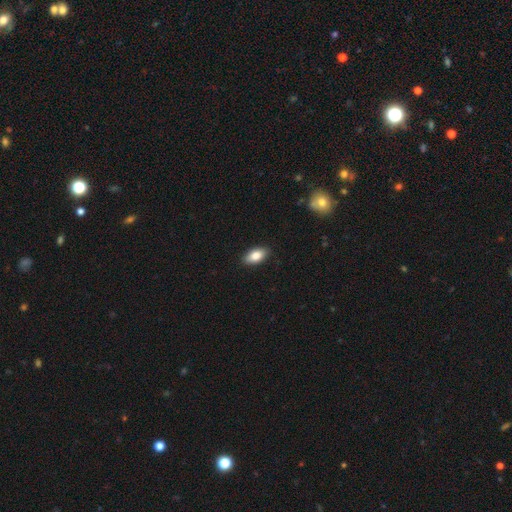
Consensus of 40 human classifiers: A smooth galaxy with no disk features (90%) that is in between round and cigar-shaped (92%). Merging: none (89%).